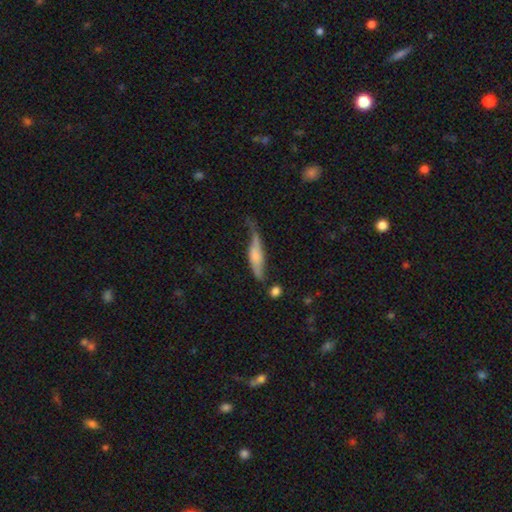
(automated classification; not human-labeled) This appears to be a smooth galaxy with no disk features (47%). Merging: none (34%).